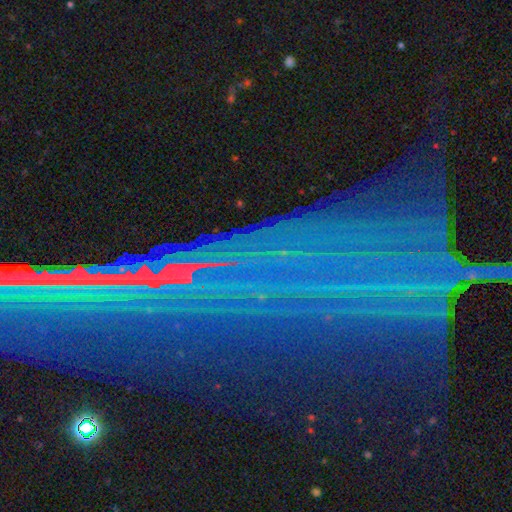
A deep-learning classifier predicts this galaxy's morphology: smooth_or_featured: star or artifact (p=0.81) [alt: featured or disk p=0.11]